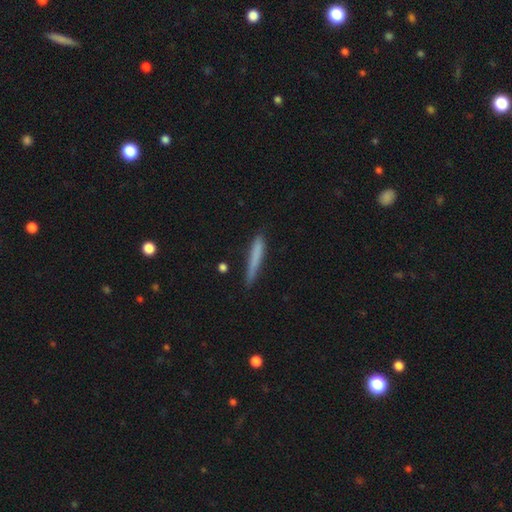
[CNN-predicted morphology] smooth-or-featured: smooth: 73% | featured or disk: 20% | star or artifact: 7%
  how-rounded: cigar-shaped: 95% | in between: 4% | round: 1%
  merging: none: 76% | minor disturbance: 18% | major disturbance: 3% | merger: 2%